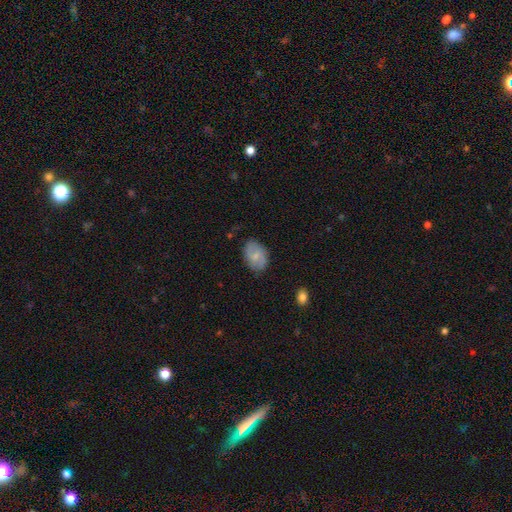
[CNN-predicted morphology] smooth_or_featured: smooth (p=0.61) [alt: featured or disk p=0.33]
how_rounded: in between (p=0.78) [alt: round p=0.21]
merging: none (p=0.80) [alt: minor disturbance p=0.15]